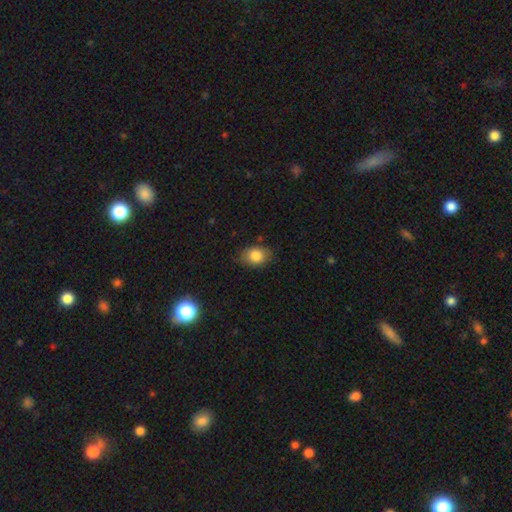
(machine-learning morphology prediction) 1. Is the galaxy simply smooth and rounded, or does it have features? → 82% smooth, 9% featured or disk, 8% star or artifact.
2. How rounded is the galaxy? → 72% in between, 27% round, 1% cigar-shaped.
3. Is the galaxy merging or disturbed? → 78% none, 17% minor disturbance, 3% major disturbance, 1% merger.